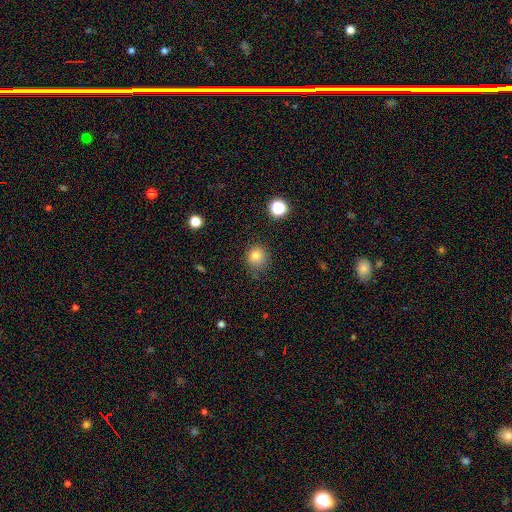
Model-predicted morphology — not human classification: This is clearly a smooth galaxy (81%). How rounded: clearly round (88%). Merging: likely none (79%).